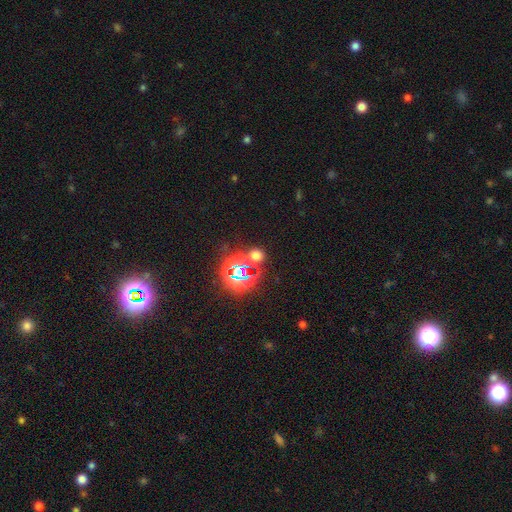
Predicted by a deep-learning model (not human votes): A star or artifact, not a galaxy (47%).

Vote fractions:
- Smooth or featured? star or artifact: 47% / smooth: 46% / featured or disk: 7%